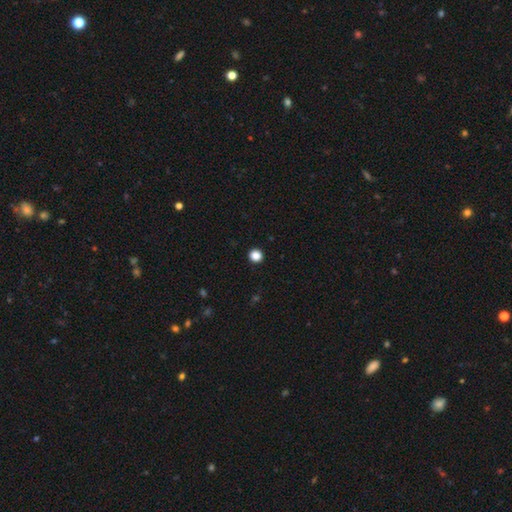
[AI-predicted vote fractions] Overall: smooth (86%). How rounded: round (93%). Merging: none (93%).